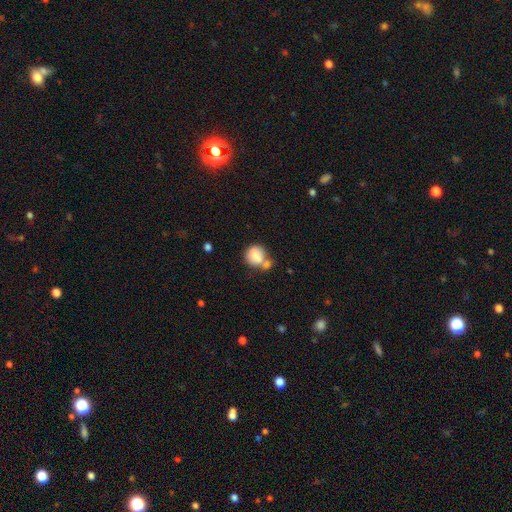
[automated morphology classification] type=smooth (74%); roundness=round (71%); merging=merger (41%).